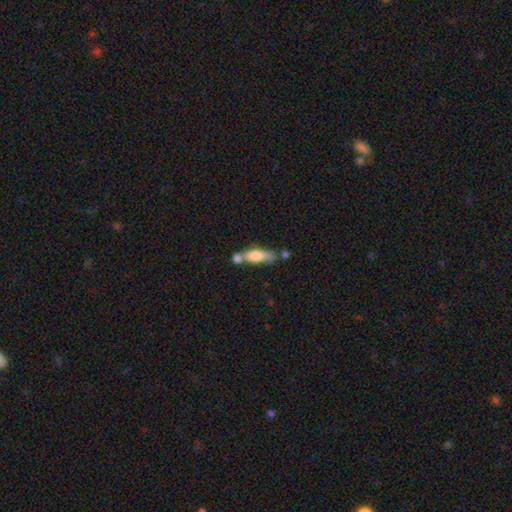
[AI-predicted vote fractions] Q: Smooth or featured?
A: smooth (67%); runner-up: featured or disk (26%)
Q: How rounded?
A: in between (51%); runner-up: cigar-shaped (46%)
Q: Merging?
A: none (39%); runner-up: merger (37%)